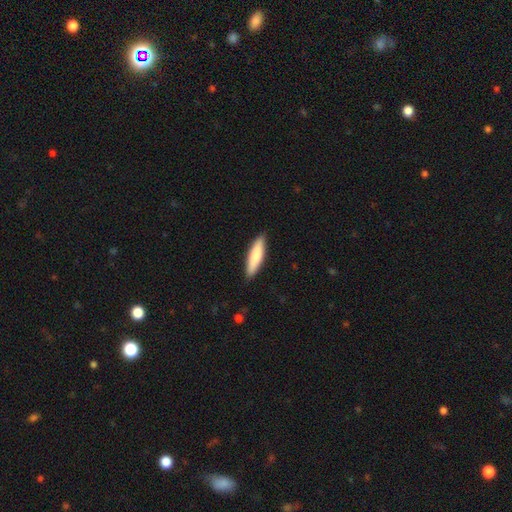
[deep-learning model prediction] Morphology: type=smooth (78%); roundness=cigar-shaped (74%); merging=none (89%).